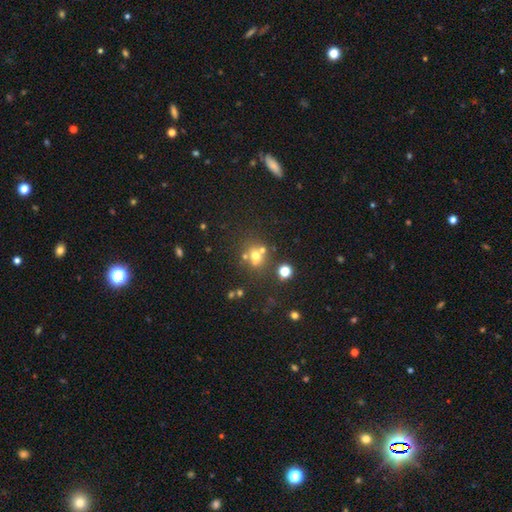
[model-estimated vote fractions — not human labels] Q: Smooth or featured?
A: smooth (57%); runner-up: star or artifact (25%)
Q: How rounded?
A: round (77%); runner-up: in between (22%)
Q: Merging?
A: none (52%); runner-up: merger (33%)